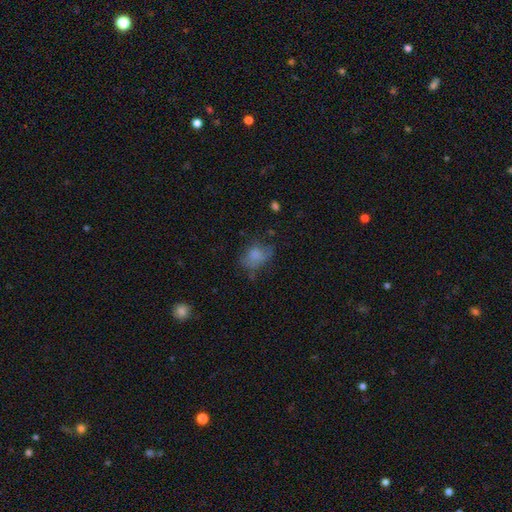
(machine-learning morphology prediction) This is likely a smooth galaxy (73%). How rounded: likely in between (69%). Merging: possibly none (49%).